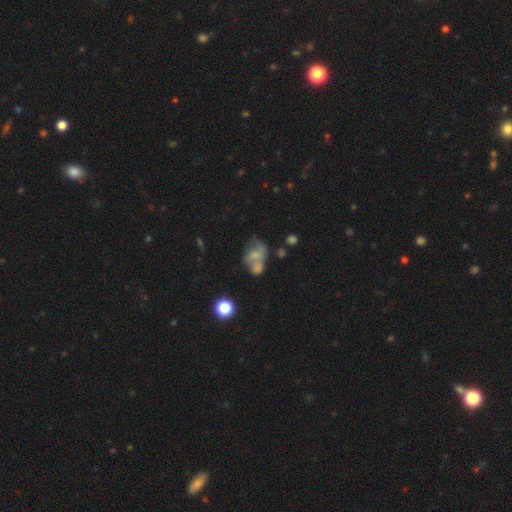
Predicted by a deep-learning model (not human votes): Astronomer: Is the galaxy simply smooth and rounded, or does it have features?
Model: smooth — 46% (runner-up: featured or disk, 40%).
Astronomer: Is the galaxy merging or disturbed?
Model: merger — 49%.